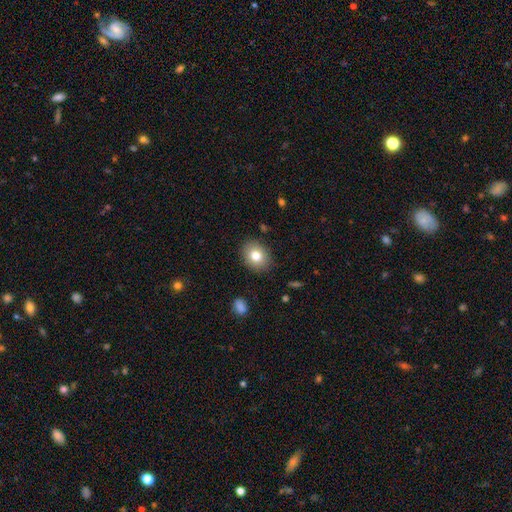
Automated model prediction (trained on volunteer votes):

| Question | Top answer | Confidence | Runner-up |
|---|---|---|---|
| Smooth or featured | smooth | 79% | featured or disk (11%) |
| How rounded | in between | 51% | round (49%) |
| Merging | none | 87% | minor disturbance (9%) |